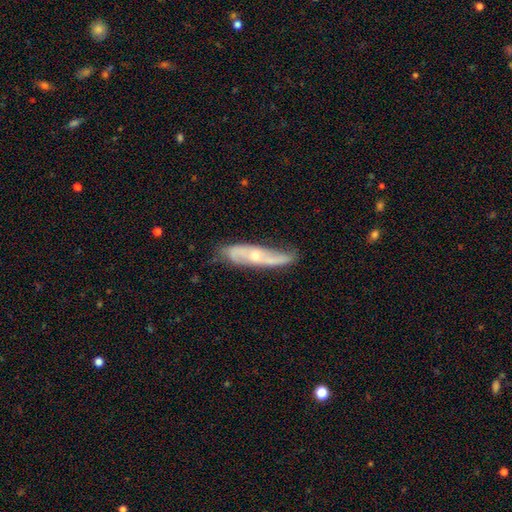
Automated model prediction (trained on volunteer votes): A featured or disk galaxy (72%). Merging: none (66%).